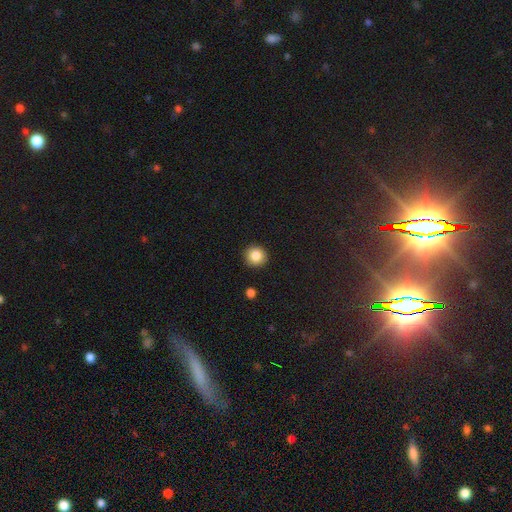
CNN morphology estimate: The model was most divided on "smooth or featured": smooth: 86%, star or artifact: 9%, featured or disk: 5%. More confident: how rounded — round (94%); merging — none (92%).